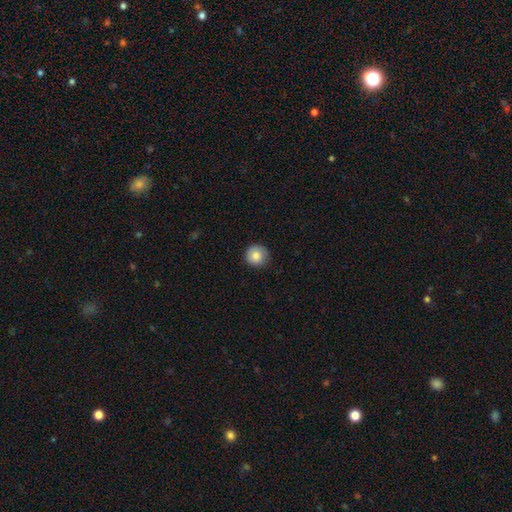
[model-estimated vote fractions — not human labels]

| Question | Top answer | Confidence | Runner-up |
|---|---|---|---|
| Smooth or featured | smooth | 84% | featured or disk (8%) |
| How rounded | round | 95% | in between (4%) |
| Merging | none | 87% | minor disturbance (10%) |